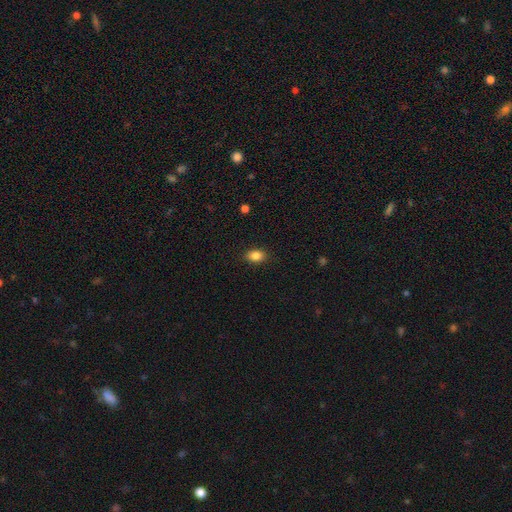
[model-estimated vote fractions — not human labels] The model was most divided on "how rounded": in between: 83%, round: 15%, cigar-shaped: 2%. More confident: merging — none (88%); smooth or featured — smooth (86%).